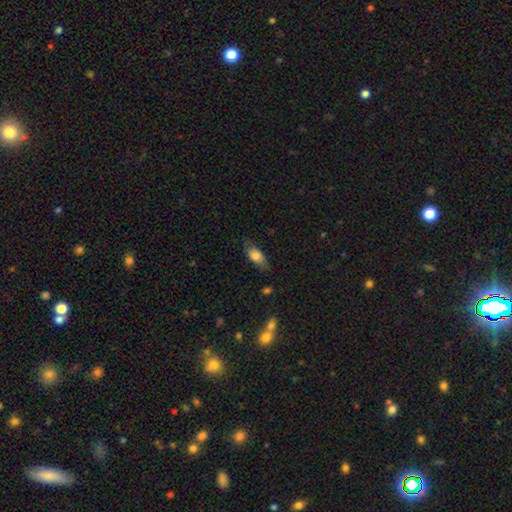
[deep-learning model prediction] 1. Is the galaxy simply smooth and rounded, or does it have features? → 75% smooth, 18% featured or disk, 7% star or artifact.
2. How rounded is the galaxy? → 82% in between, 13% cigar-shaped, 5% round.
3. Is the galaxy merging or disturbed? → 68% none, 24% minor disturbance, 6% major disturbance, 2% merger.